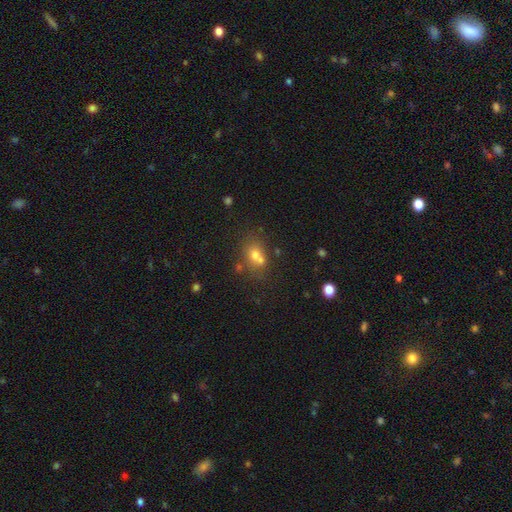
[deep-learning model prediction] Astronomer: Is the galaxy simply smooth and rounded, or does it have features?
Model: smooth — 64%.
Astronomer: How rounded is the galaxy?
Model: round — 58% (runner-up: in between, 41%).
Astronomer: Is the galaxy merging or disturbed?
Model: none — 43% (runner-up: merger, 41%).